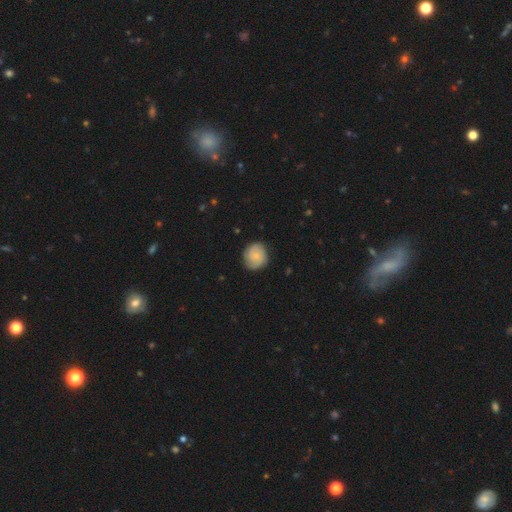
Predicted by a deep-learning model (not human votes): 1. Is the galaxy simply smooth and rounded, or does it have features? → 50% smooth, 42% featured or disk, 8% star or artifact.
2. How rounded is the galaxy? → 83% round, 16% in between, 1% cigar-shaped.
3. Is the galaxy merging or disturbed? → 81% none, 15% minor disturbance, 4% major disturbance, 1% merger.